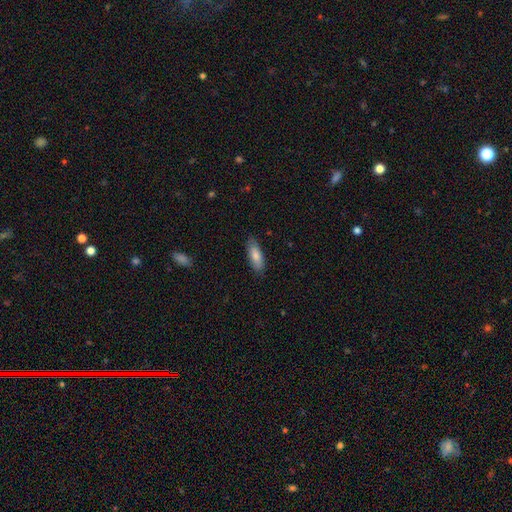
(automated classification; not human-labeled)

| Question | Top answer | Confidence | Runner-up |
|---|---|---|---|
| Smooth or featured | smooth | 81% | featured or disk (13%) |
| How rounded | in between | 71% | cigar-shaped (27%) |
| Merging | none | 83% | minor disturbance (13%) |